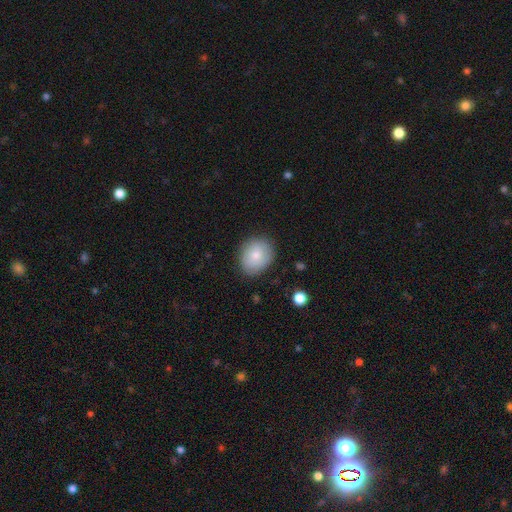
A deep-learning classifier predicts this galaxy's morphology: A smooth galaxy with no disk features (75%) that is round (60%).

Vote fractions:
- Smooth or featured? smooth: 75% / featured or disk: 18% / star or artifact: 7%
- How rounded? round: 60% / in between: 39% / cigar-shaped: 1%
- Merging? none: 82% / minor disturbance: 13% / major disturbance: 3% / merger: 1%